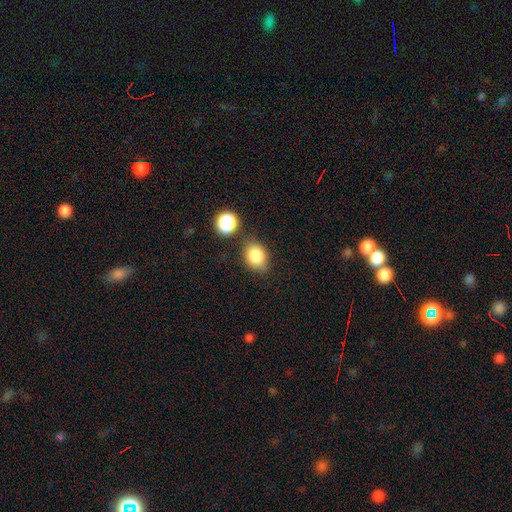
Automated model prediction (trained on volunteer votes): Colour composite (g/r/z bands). It shows a smooth galaxy with no disk features (83%) that is in between round and cigar-shaped (62%). Merging: none (72%).